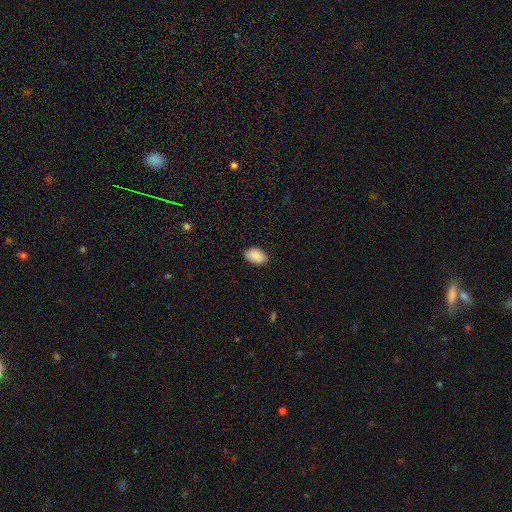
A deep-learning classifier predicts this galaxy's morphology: This is clearly a smooth galaxy (89%). How rounded: clearly in between (91%). Merging: clearly none (84%).